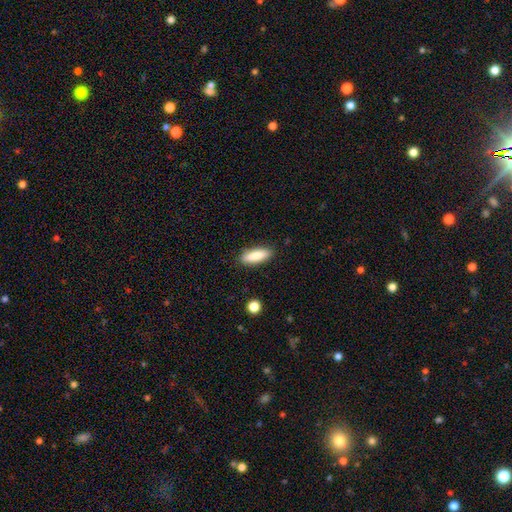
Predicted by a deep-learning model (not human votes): This is clearly a smooth galaxy (86%). How rounded: possibly in between (59%). Merging: clearly none (87%).